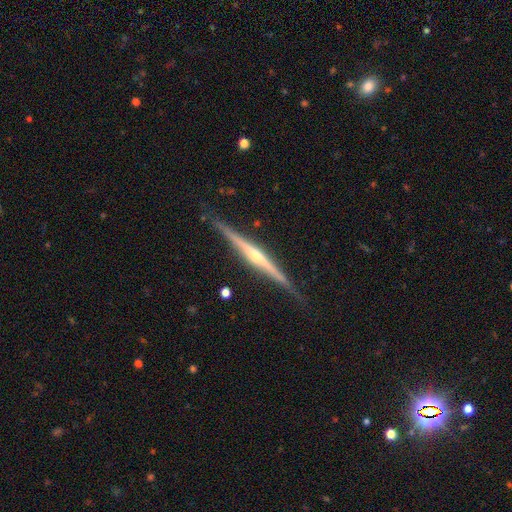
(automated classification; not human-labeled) The model was most divided on "edge-on bulge": rounded: 82%, none: 12%, boxy: 6%. More confident: edge-on disk — yes (98%); merging — none (87%); smooth or featured — featured or disk (86%).